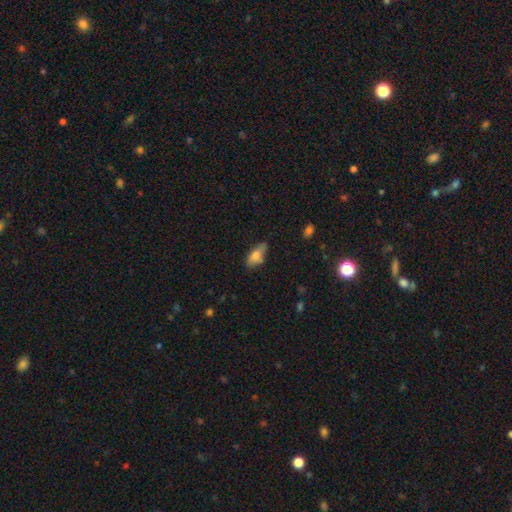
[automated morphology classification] Q: Smooth or featured?
A: smooth (77%); runner-up: featured or disk (15%)
Q: How rounded?
A: in between (82%); runner-up: cigar-shaped (15%)
Q: Merging?
A: none (59%); runner-up: minor disturbance (29%)